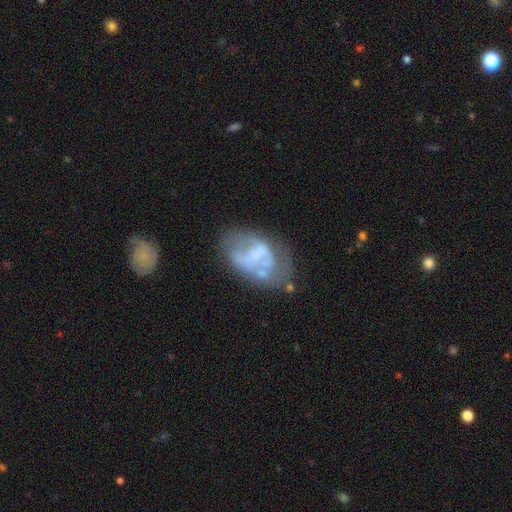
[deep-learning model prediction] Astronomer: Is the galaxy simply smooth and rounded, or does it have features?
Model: featured or disk — 60%.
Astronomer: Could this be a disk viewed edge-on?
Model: no — 97%.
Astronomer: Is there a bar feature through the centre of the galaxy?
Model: no — 56%.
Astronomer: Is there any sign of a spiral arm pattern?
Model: no — 68%.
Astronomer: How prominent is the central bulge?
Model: none — 58%.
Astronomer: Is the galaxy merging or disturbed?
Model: none — 41% (runner-up: minor disturbance, 25%).